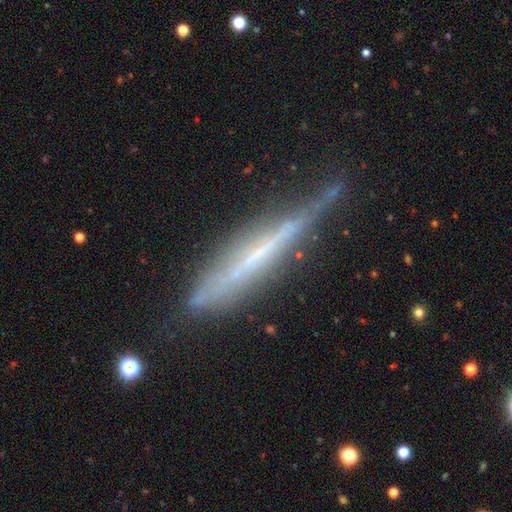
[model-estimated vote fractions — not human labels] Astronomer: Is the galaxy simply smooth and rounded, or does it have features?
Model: featured or disk — 70%.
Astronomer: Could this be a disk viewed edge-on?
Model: yes — 93%.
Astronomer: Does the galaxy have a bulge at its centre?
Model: none — 76%.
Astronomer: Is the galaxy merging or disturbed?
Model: none — 65%.